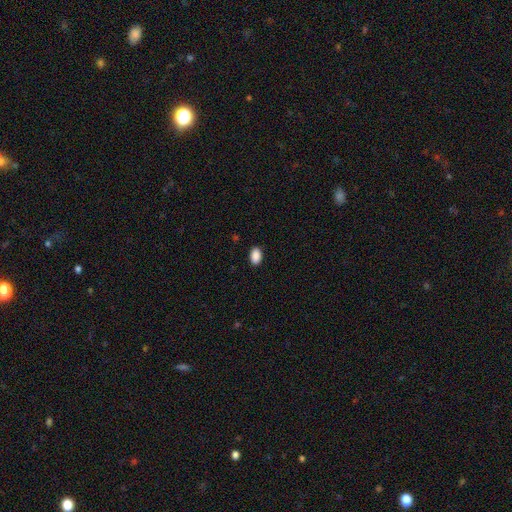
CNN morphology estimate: Smooth or featured?
  - smooth: 90% *
  - star or artifact: 7%
  - featured or disk: 2%
How rounded?
  - in between: 90% *
  - round: 9%
  - cigar-shaped: 1%
Merging?
  - none: 90% *
  - minor disturbance: 8%
  - major disturbance: 2%
  - merger: 1%